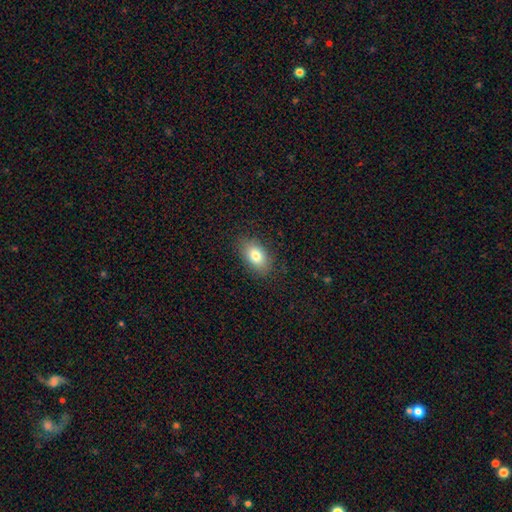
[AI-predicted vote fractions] smooth_or_featured: smooth (p=0.80) [alt: featured or disk p=0.12]
how_rounded: in between (p=0.89) [alt: round p=0.09]
merging: none (p=0.85) [alt: minor disturbance p=0.11]